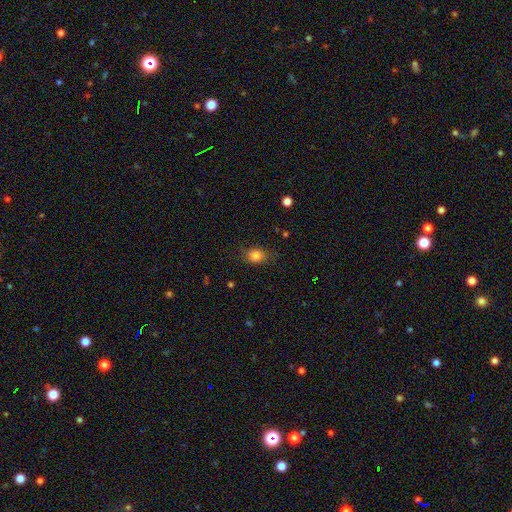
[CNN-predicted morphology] smooth-or-featured: smooth: 82% | star or artifact: 10% | featured or disk: 7%
  how-rounded: in between: 56% | round: 43% | cigar-shaped: 2%
  merging: none: 76% | minor disturbance: 18% | major disturbance: 5% | merger: 1%